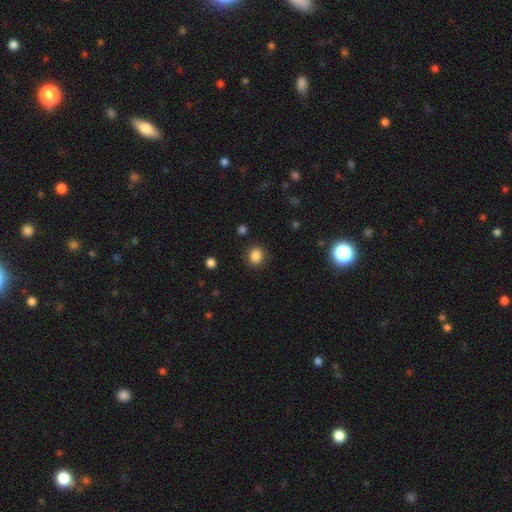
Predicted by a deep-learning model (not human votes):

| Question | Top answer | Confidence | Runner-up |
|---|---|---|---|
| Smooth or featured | smooth | 85% | star or artifact (11%) |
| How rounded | round | 84% | in between (15%) |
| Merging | none | 88% | minor disturbance (8%) |